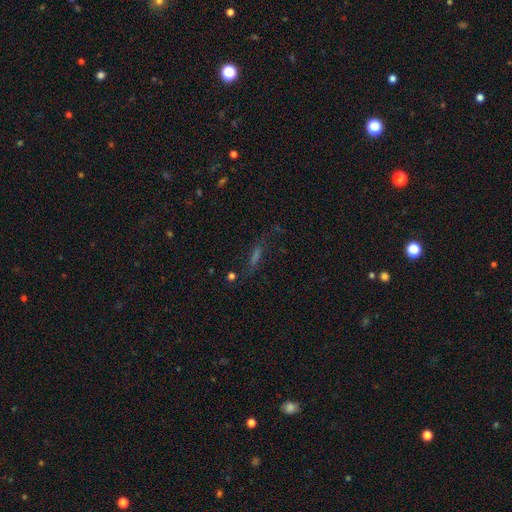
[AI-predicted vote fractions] Overall: smooth (36%; star or artifact 32%). Merging: none (64%).